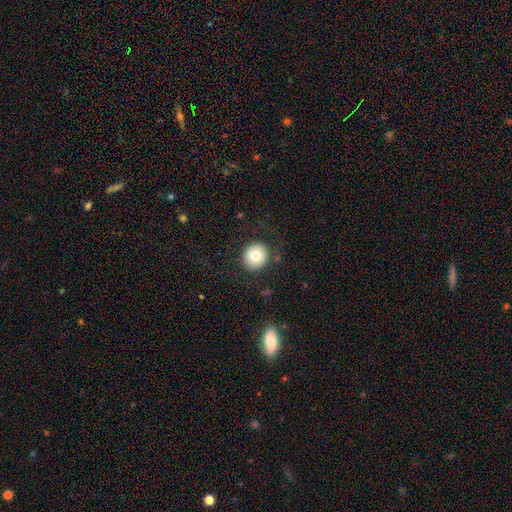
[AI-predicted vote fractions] A smooth galaxy with no disk features (77%) that is round (92%). Merging: none (84%).